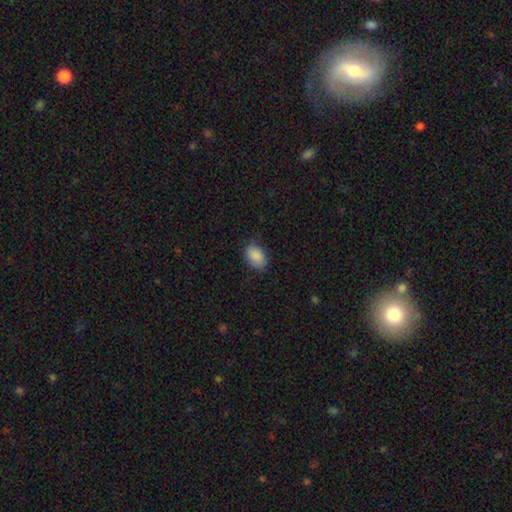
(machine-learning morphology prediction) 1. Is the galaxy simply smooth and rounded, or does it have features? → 89% smooth, 7% star or artifact, 4% featured or disk.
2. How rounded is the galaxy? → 85% in between, 14% round, 1% cigar-shaped.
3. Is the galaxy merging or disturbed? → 78% none, 17% minor disturbance, 4% major disturbance, 1% merger.